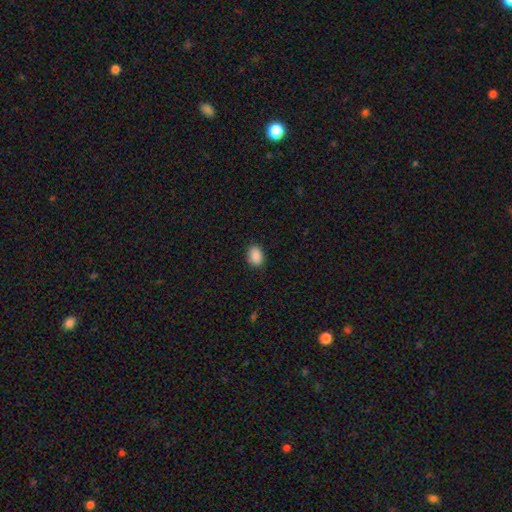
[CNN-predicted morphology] This is clearly a smooth galaxy (89%). How rounded: likely in between (79%). Merging: clearly none (86%).